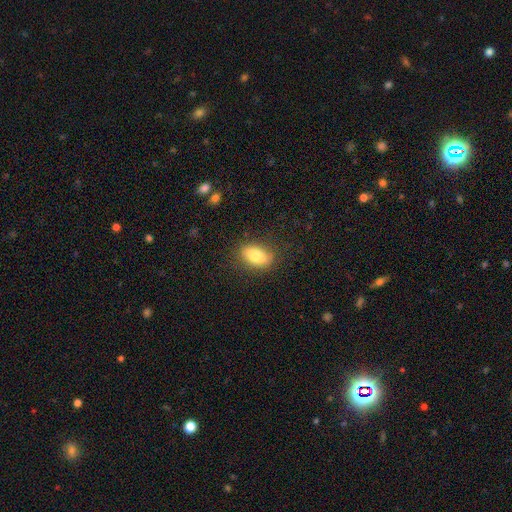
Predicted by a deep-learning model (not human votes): A smooth galaxy with no disk features (82%) that is in between round and cigar-shaped (89%).

Vote fractions:
- Smooth or featured? smooth: 82% / featured or disk: 11% / star or artifact: 7%
- How rounded? in between: 89% / round: 8% / cigar-shaped: 3%
- Merging? none: 82% / minor disturbance: 13% / major disturbance: 4% / merger: 1%